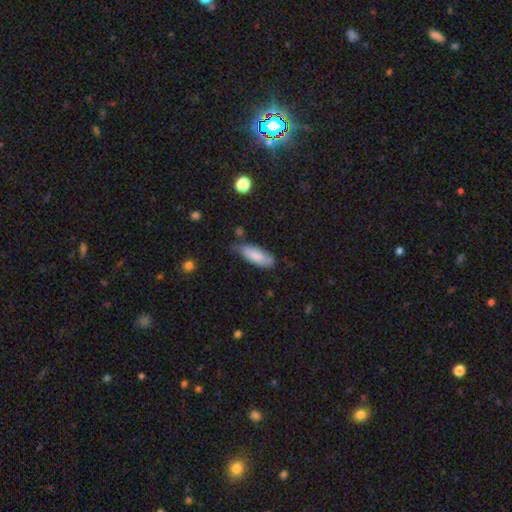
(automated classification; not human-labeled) Q: Smooth or featured?
A: smooth (83%); runner-up: featured or disk (11%)
Q: How rounded?
A: in between (68%); runner-up: cigar-shaped (30%)
Q: Merging?
A: none (63%); runner-up: minor disturbance (28%)